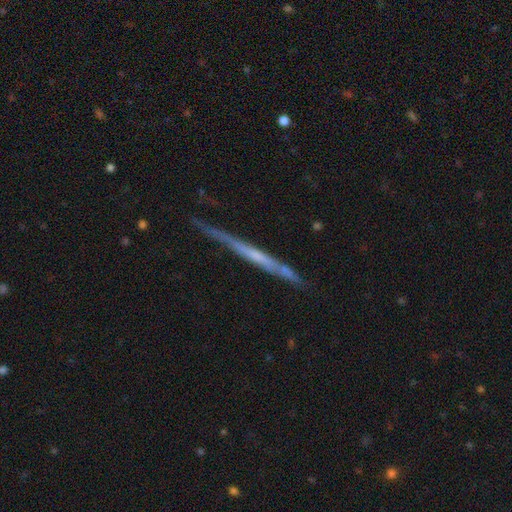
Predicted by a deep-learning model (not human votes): Smooth or featured? Predicted: featured or disk (p=0.64). Edge-on disk? Predicted: yes (p=0.95). Edge-on bulge? Predicted: none (p=0.80). Merging? Predicted: none (p=0.72).